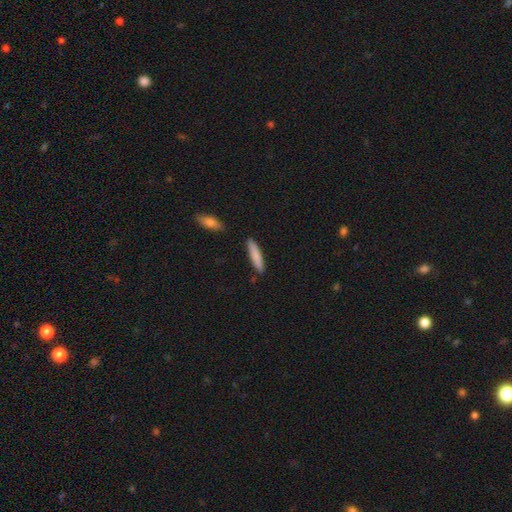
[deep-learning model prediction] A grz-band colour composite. It shows a smooth galaxy with no disk features (83%) that is cigar-shaped (85%). Merging: none (87%).